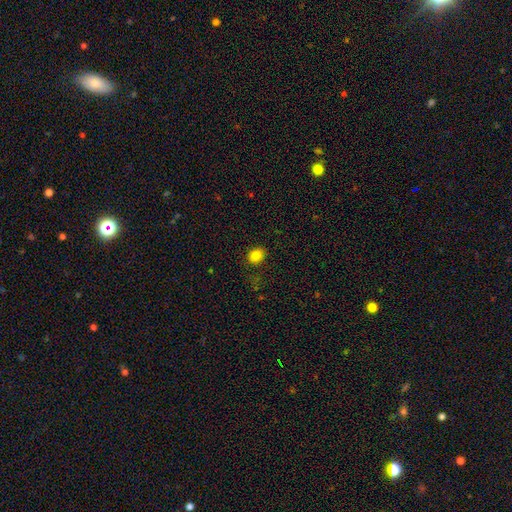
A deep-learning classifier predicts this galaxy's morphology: smooth_or_featured: smooth (p=0.84) [alt: star or artifact p=0.12]
how_rounded: round (p=0.50) [alt: in between p=0.49]
merging: none (p=0.84) [alt: minor disturbance p=0.11]